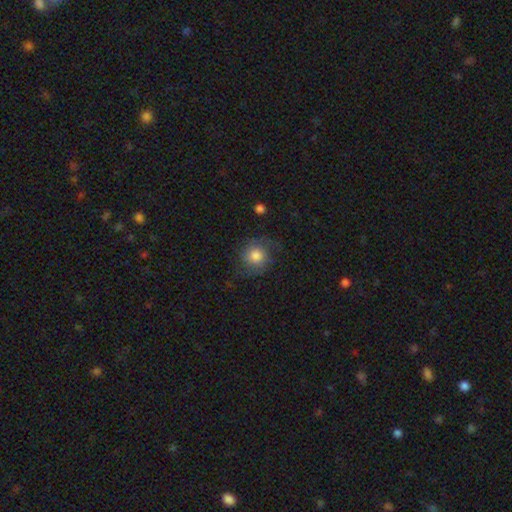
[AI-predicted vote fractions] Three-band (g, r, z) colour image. It shows a smooth galaxy with no disk features (69%) that is round (87%). Merging: none (65%).